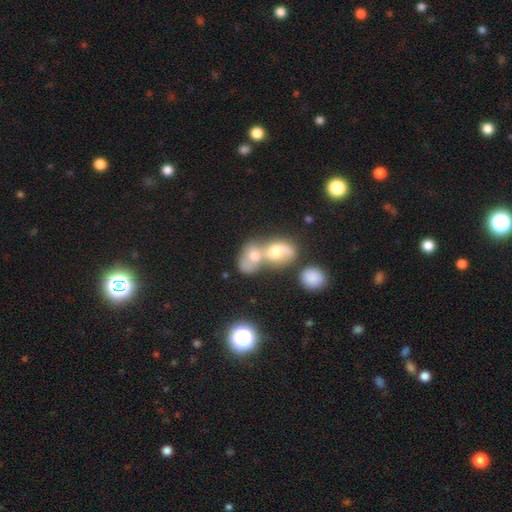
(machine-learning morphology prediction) smooth 55%, featured or disk 28%, star or artifact 17%. Down the decision tree: how rounded — in between (51%); merging — merger (75%).